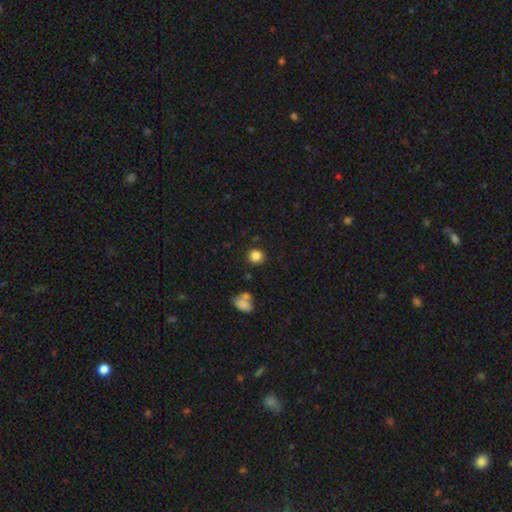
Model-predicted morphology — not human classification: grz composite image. It shows a smooth galaxy with no disk features (84%) that is round (83%). Merging: none (86%).